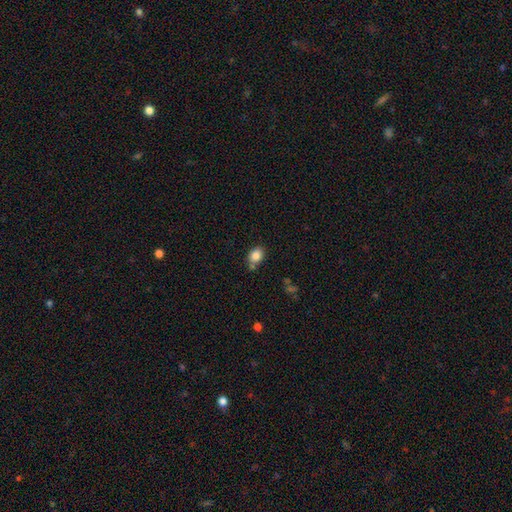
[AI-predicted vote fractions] smooth-or-featured: smooth: 84% | star or artifact: 10% | featured or disk: 6%
  how-rounded: in between: 59% | round: 39% | cigar-shaped: 1%
  merging: none: 65% | minor disturbance: 17% | merger: 14% | major disturbance: 4%